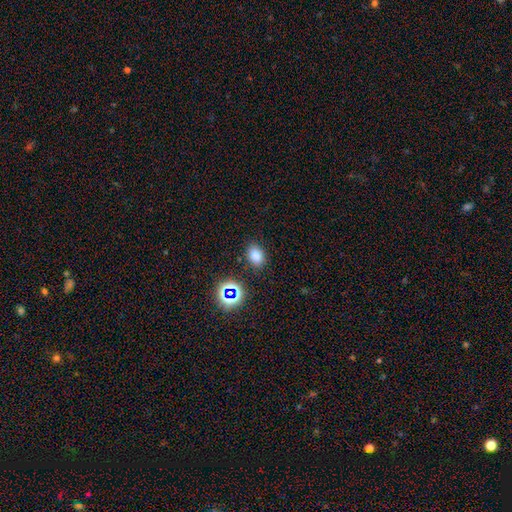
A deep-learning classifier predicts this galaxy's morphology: Smooth or featured? smooth (76%)
How rounded? in between (75%)
Merging? none (83%)